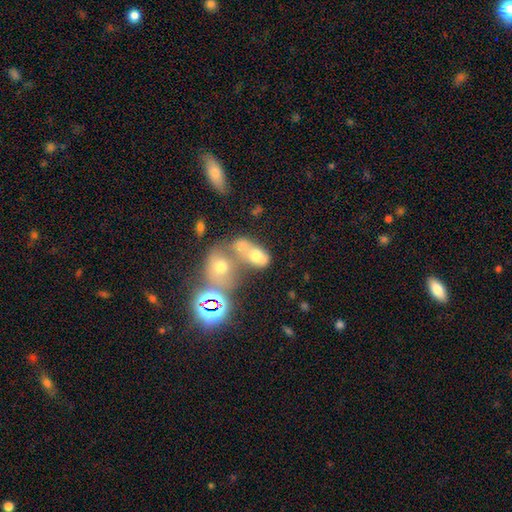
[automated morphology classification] This is likely a smooth galaxy (61%). How rounded: likely in between (78%). Merging: possibly merger (55%).